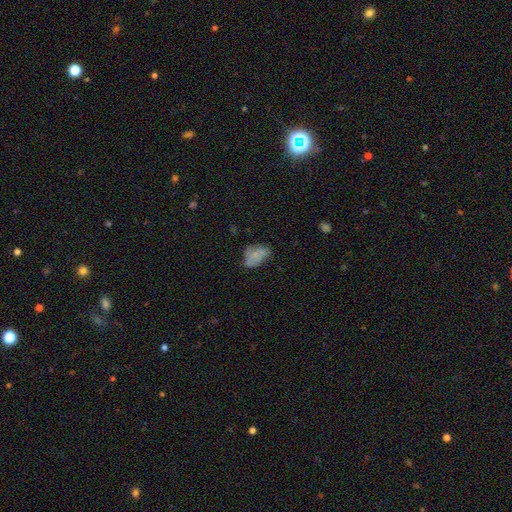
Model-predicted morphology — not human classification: smooth-or-featured: smooth: 63% | featured or disk: 25% | star or artifact: 12%
  how-rounded: in between: 86% | round: 13% | cigar-shaped: 2%
  merging: none: 41% | minor disturbance: 32% | major disturbance: 18% | merger: 9%